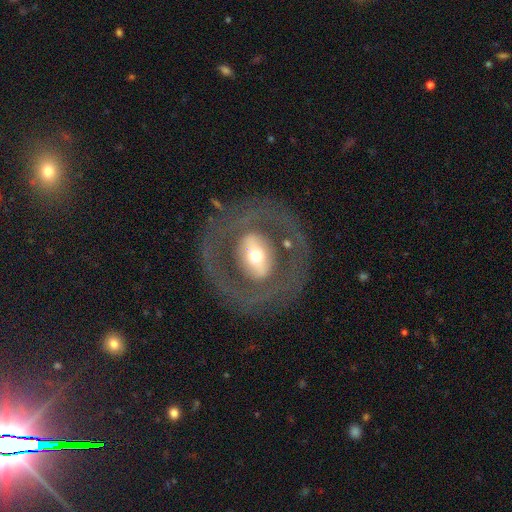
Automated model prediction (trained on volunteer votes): smooth-or-featured: featured or disk: 68% | smooth: 25% | star or artifact: 7%
  disk-edge-on: no: 92% | yes: 8%
    bar: no: 39% | strong: 34% | weak: 27%
    has-spiral-arms: no: 72% | yes: 28%
    bulge-size: moderate: 58% | small: 20% | large: 18% | dominant: 3% | none: 1%
  merging: none: 74% | major disturbance: 14% | minor disturbance: 10% | merger: 2%